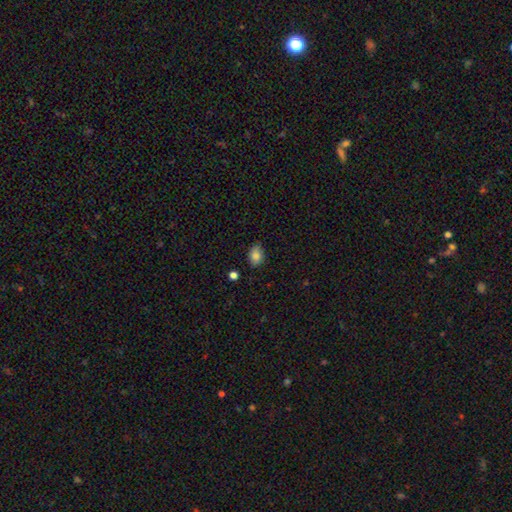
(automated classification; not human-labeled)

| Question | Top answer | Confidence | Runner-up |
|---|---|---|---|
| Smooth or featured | smooth | 83% | star or artifact (9%) |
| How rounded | in between | 74% | round (25%) |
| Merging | none | 76% | minor disturbance (20%) |